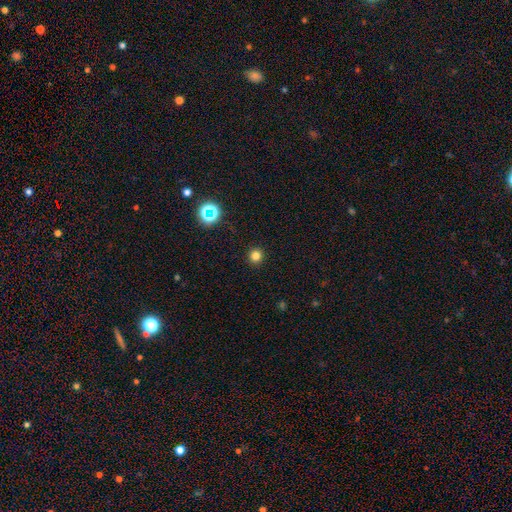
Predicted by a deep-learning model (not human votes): Smooth or featured? smooth (79%)
How rounded? round (92%)
Merging? none (92%)